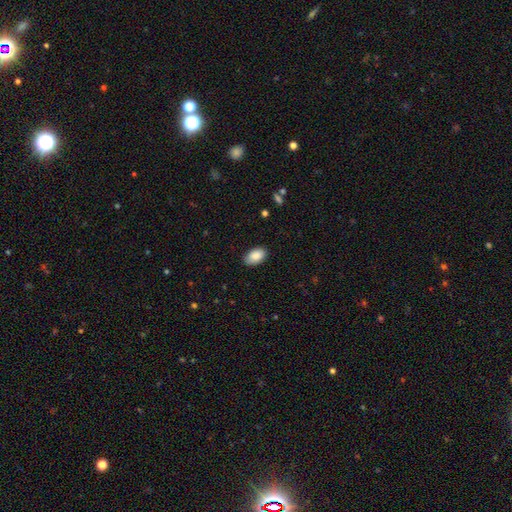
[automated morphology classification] Smooth or featured? smooth (88%)
How rounded? in between (94%)
Merging? none (86%)